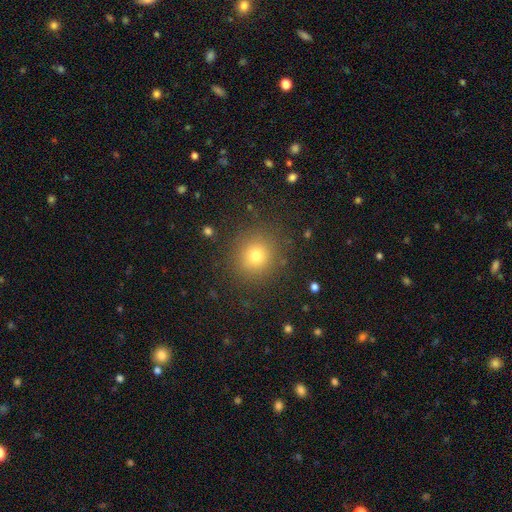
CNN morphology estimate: A smooth galaxy with no disk features (75%) that is round (91%).

Vote fractions:
- Smooth or featured? smooth: 75% / star or artifact: 16% / featured or disk: 9%
- How rounded? round: 91% / in between: 8% / cigar-shaped: 1%
- Merging? none: 88% / minor disturbance: 7% / major disturbance: 3% / merger: 1%